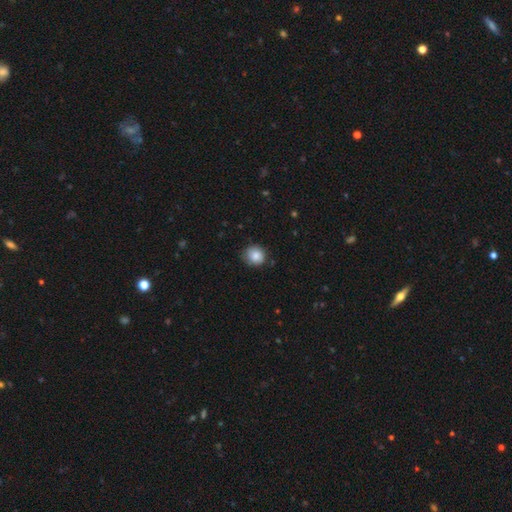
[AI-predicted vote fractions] smooth 86%, star or artifact 8%, featured or disk 6%. Down the decision tree: how rounded — round (86%); merging — none (80%).